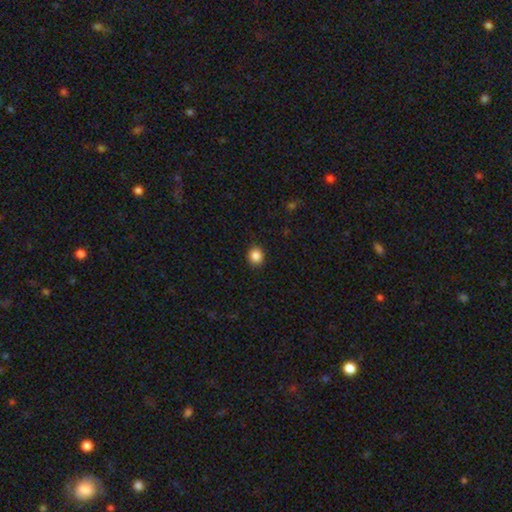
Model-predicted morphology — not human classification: smooth_or_featured: smooth (p=0.86) [alt: star or artifact p=0.10]
how_rounded: round (p=0.83) [alt: in between p=0.16]
merging: none (p=0.91) [alt: minor disturbance p=0.06]